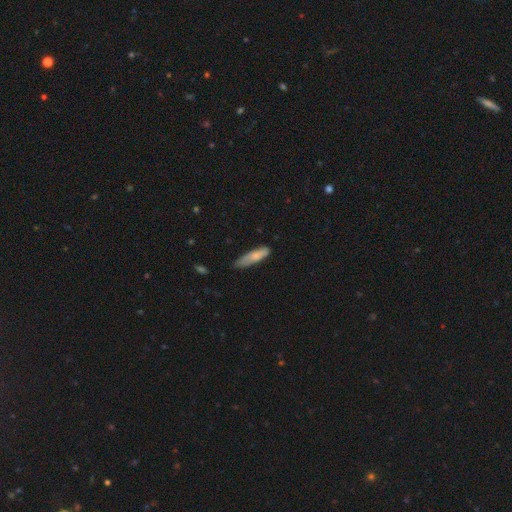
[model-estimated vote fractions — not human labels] Smooth or featured?
  - smooth: 75% *
  - featured or disk: 20%
  - star or artifact: 6%
How rounded?
  - cigar-shaped: 67% *
  - in between: 32%
  - round: 2%
Merging?
  - none: 64% *
  - minor disturbance: 29%
  - major disturbance: 5%
  - merger: 2%